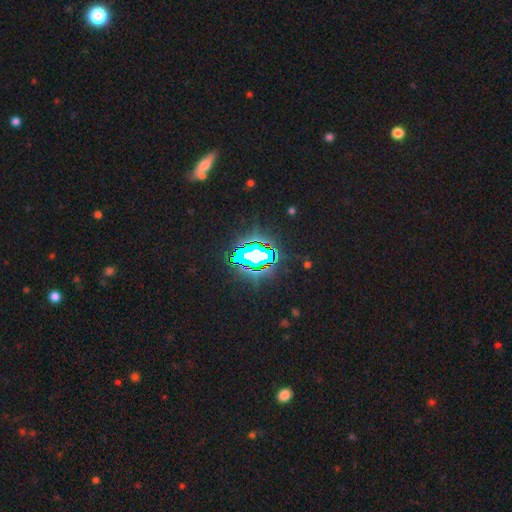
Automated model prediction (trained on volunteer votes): Smooth or featured?
  - star or artifact: 75% *
  - smooth: 13%
  - featured or disk: 12%